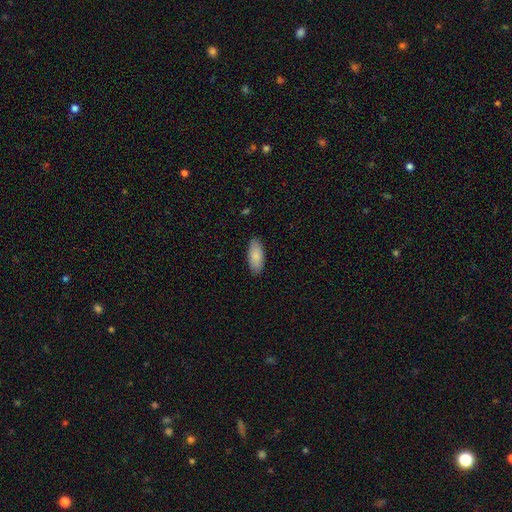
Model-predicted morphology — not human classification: This is clearly a smooth galaxy (86%). How rounded: clearly in between (87%). Merging: clearly none (88%).